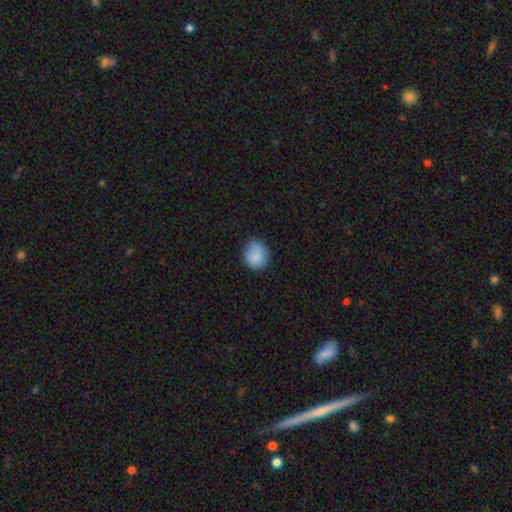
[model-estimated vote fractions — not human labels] A smooth galaxy with no disk features (85%) that is round (74%). Merging: none (77%).